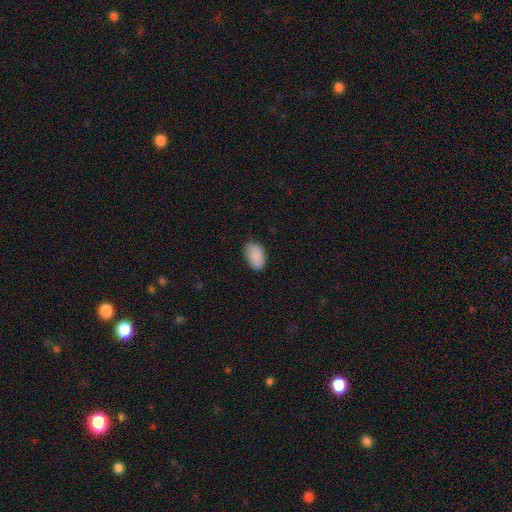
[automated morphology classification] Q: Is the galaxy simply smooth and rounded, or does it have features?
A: smooth — 89%.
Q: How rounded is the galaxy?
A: in between — 92%.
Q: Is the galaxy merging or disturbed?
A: none — 81%.